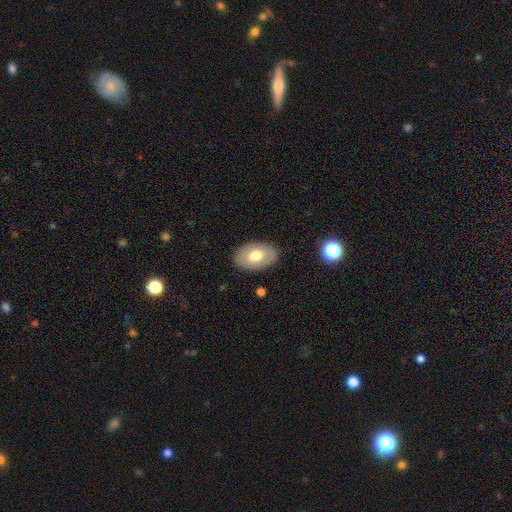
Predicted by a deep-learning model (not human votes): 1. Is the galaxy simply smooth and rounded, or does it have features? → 65% smooth, 28% featured or disk, 7% star or artifact.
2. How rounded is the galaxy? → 89% in between, 10% round, 1% cigar-shaped.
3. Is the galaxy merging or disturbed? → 85% none, 11% minor disturbance, 3% major disturbance, 1% merger.